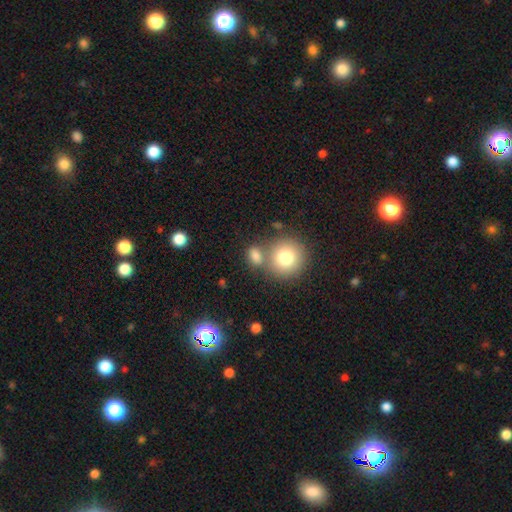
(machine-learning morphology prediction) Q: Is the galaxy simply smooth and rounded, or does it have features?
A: smooth — 80%.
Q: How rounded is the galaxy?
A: round — 51%.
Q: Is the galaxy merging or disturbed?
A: none — 52%.